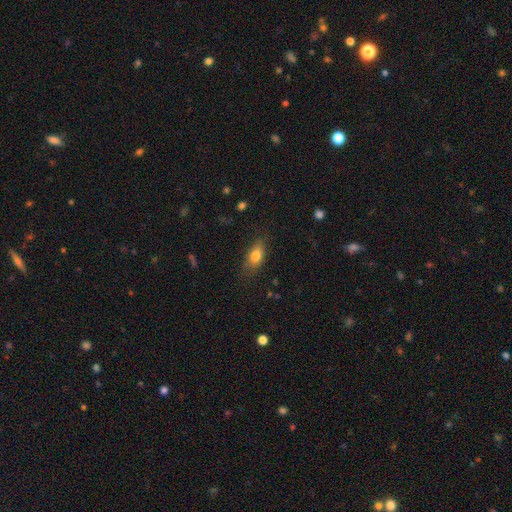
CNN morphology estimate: A smooth galaxy with no disk features (77%) that is in between round and cigar-shaped (80%). Merging: none (73%).